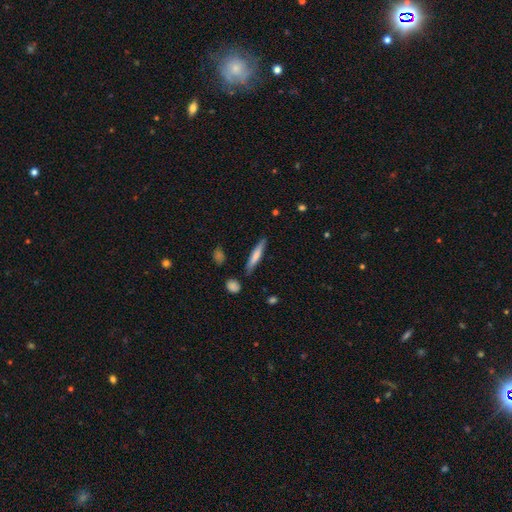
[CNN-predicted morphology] A smooth galaxy with no disk features (68%) that is cigar-shaped (91%).

Vote fractions:
- Smooth or featured? smooth: 68% / featured or disk: 27% / star or artifact: 6%
- How rounded? cigar-shaped: 91% / in between: 8% / round: 1%
- Merging? none: 85% / minor disturbance: 11% / merger: 2% / major disturbance: 2%